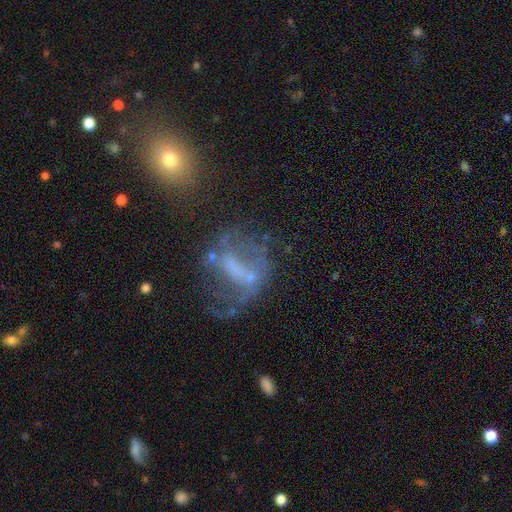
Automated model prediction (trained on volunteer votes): Morphology: type=featured or disk (59%); edge-on=no (93%); bar=no (40%); spiral arms=no (58%); bulge=none (51%); merging=none (40%).